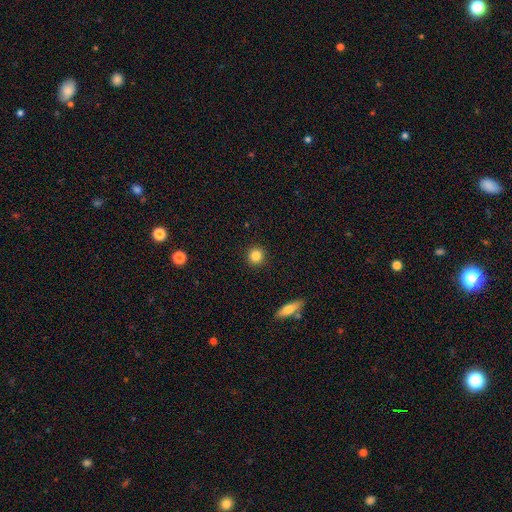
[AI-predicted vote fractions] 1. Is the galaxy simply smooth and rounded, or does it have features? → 84% smooth, 10% star or artifact, 6% featured or disk.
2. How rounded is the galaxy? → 93% round, 6% in between, 1% cigar-shaped.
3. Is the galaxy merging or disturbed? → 92% none, 5% minor disturbance, 2% major disturbance, 1% merger.